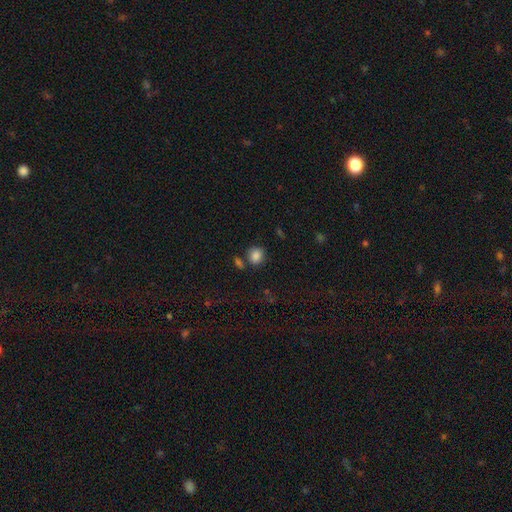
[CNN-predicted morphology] Smooth or featured? Predicted: smooth (p=0.85). How rounded? Predicted: round (p=0.73). Merging? Predicted: none (p=0.73).